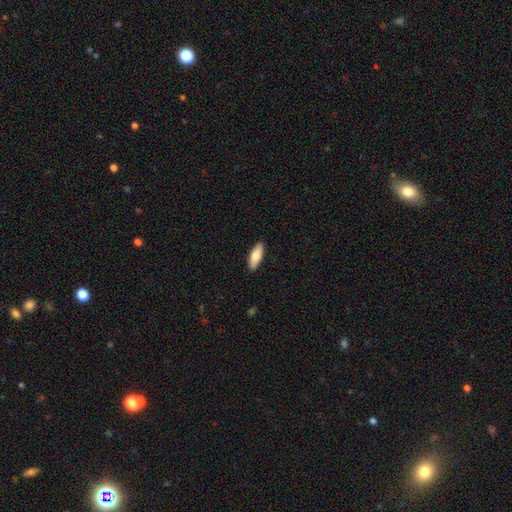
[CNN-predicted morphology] This is likely a smooth galaxy (79%). How rounded: likely in between (68%). Merging: clearly none (89%).